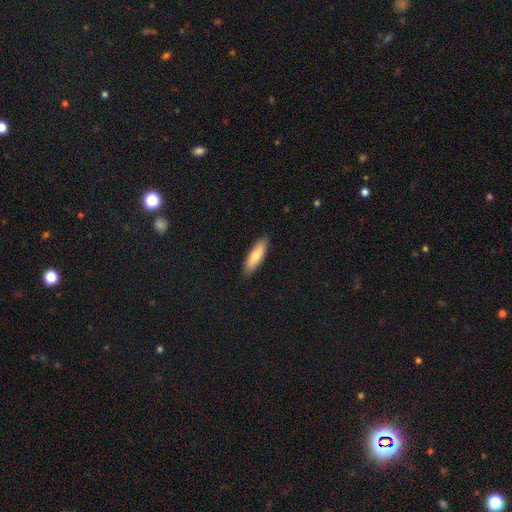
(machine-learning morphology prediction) Smooth or featured? Predicted: smooth (p=0.74). How rounded? Predicted: cigar-shaped (p=0.50). Merging? Predicted: none (p=0.89).